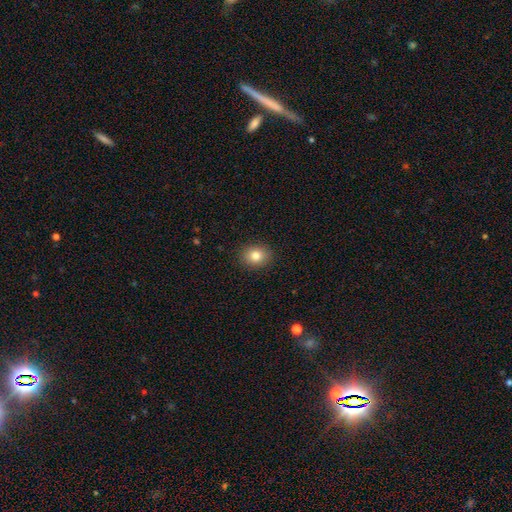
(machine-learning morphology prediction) smooth-or-featured: smooth: 82% | star or artifact: 10% | featured or disk: 8%
  how-rounded: round: 59% | in between: 41% | cigar-shaped: 1%
  merging: none: 90% | minor disturbance: 7% | major disturbance: 2% | merger: 1%